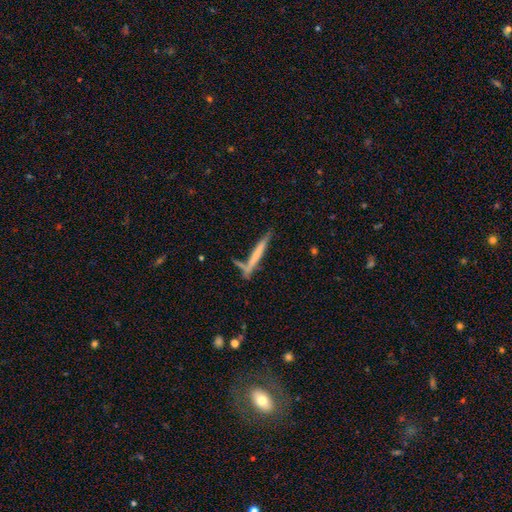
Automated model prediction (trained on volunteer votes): Morphology: type=smooth (54%); roundness=cigar-shaped (96%); merging=none (69%).